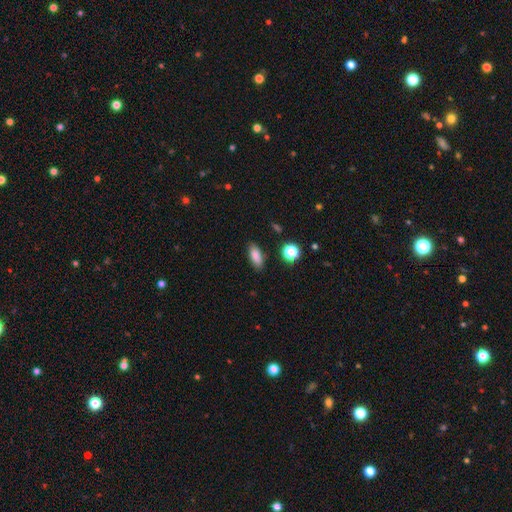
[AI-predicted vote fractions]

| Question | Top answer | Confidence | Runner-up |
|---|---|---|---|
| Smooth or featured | smooth | 84% | star or artifact (9%) |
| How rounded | in between | 79% | cigar-shaped (17%) |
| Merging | none | 85% | minor disturbance (10%) |